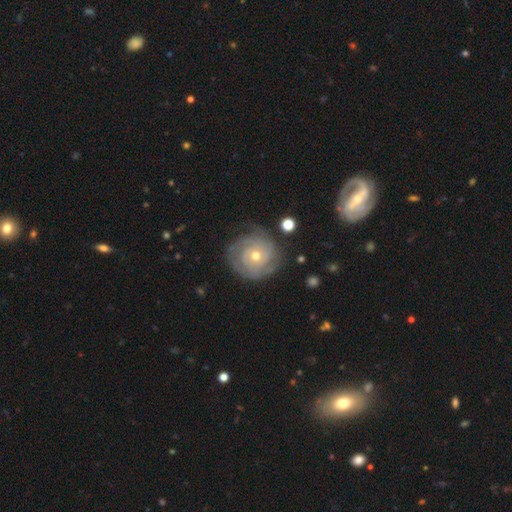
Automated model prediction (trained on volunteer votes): Smooth or featured: featured or disk — 81% (smooth — 13%)
Edge-on disk: no — 98% (yes — 2%)
Bar: no — 81% (weak — 16%)
Spiral arms: yes — 93% (no — 7%)
Spiral winding: tight — 79% (medium — 17%)
Spiral arm count: can't tell — 32% (3 — 25%)
Bulge size: moderate — 51% (small — 46%)
Merging: none — 78% (minor disturbance — 15%)